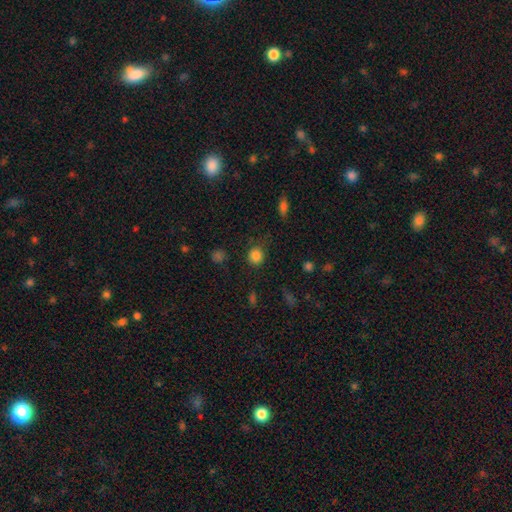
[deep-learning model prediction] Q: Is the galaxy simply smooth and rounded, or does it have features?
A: smooth — 83%.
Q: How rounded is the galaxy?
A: round — 83%.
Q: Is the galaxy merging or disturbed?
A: none — 80%.